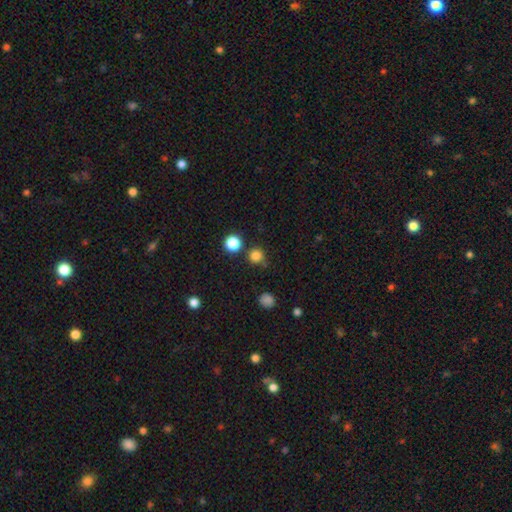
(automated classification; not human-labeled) Smooth or featured: smooth — 80% (star or artifact — 16%)
How rounded: round — 94% (in between — 5%)
Merging: none — 81% (minor disturbance — 8%)